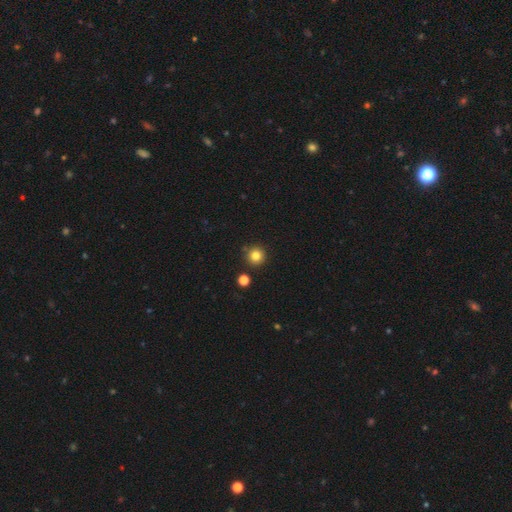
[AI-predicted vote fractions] smooth_or_featured: smooth (p=0.81) [alt: star or artifact p=0.13]
how_rounded: round (p=0.95) [alt: in between p=0.04]
merging: none (p=0.87) [alt: minor disturbance p=0.07]